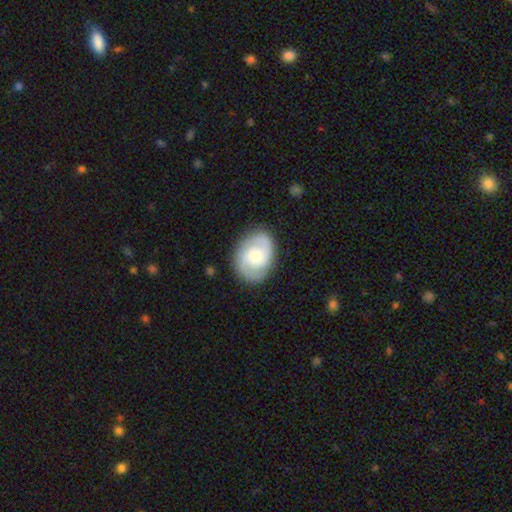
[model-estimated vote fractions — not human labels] Smooth or featured?
  - featured or disk: 83% *
  - smooth: 12%
  - star or artifact: 5%
Edge-on disk?
  - no: 98% *
  - yes: 2%
Bar?
  - no: 64% *
  - weak: 31%
  - strong: 5%
Spiral arms?
  - yes: 96% *
  - no: 4%
Spiral winding?
  - medium: 47% *
  - tight: 41%
  - loose: 11%
Spiral arm count?
  - 2: 86% *
  - 3: 5%
  - can't tell: 5%
  - 1: 2%
  - 4: 1%
  - more than 4: 1%
Bulge size?
  - moderate: 51% *
  - small: 42%
  - large: 5%
  - none: 2%
  - dominant: 1%
Merging?
  - none: 85% *
  - minor disturbance: 11%
  - major disturbance: 3%
  - merger: 1%